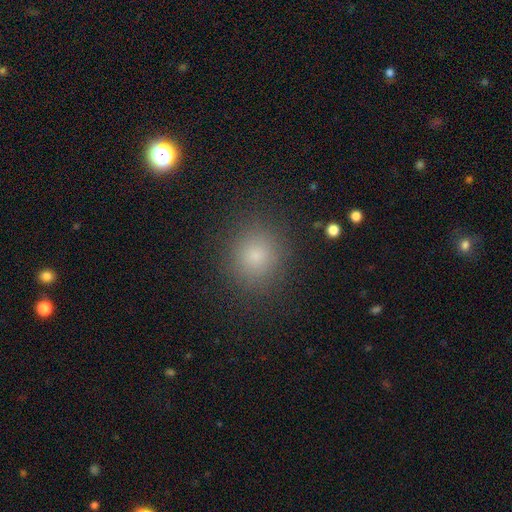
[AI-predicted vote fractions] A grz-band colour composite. It shows a smooth galaxy with no disk features (78%) that is round (80%). Merging: none (88%).